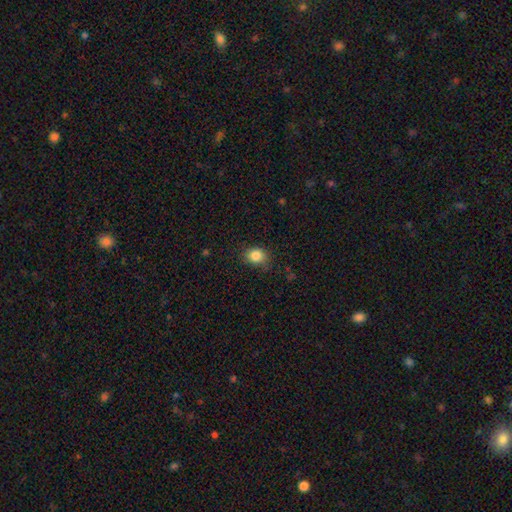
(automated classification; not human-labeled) Overall: smooth (84%). How rounded: round (61%; in between 38%). Merging: none (77%).